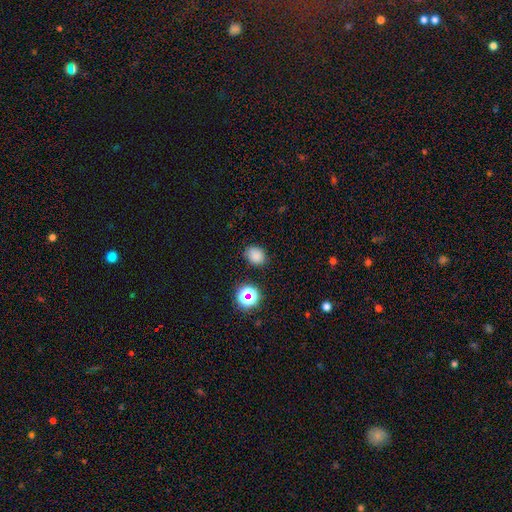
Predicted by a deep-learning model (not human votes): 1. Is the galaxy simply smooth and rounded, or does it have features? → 78% smooth, 17% star or artifact, 5% featured or disk.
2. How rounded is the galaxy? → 51% round, 48% in between, 1% cigar-shaped.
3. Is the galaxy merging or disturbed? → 81% none, 13% minor disturbance, 3% major disturbance, 2% merger.